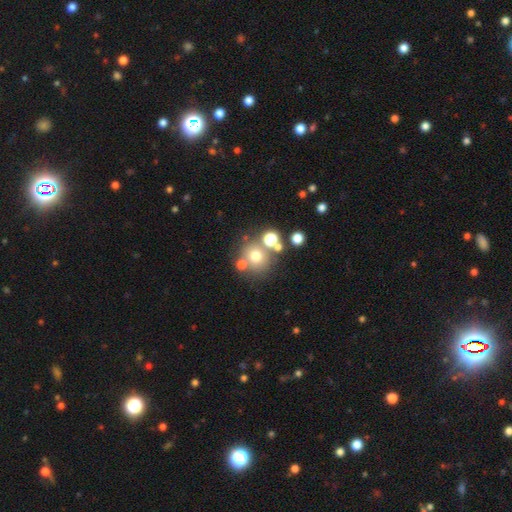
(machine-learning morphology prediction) Smooth or featured? smooth (65%)
How rounded? round (90%)
Merging? none (64%)